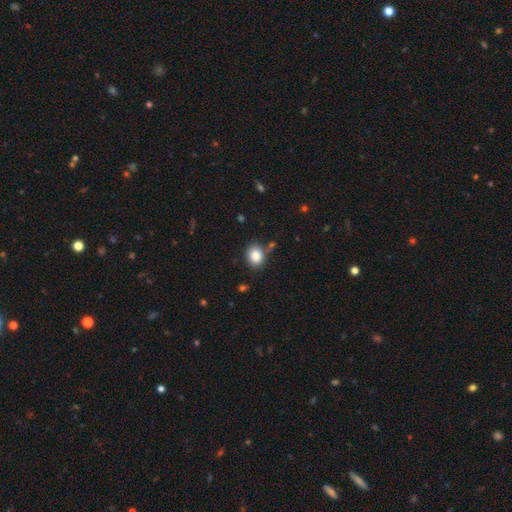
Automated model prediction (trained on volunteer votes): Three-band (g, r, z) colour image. It shows a smooth galaxy with no disk features (86%) that is in between round and cigar-shaped (51%). Merging: none (77%).